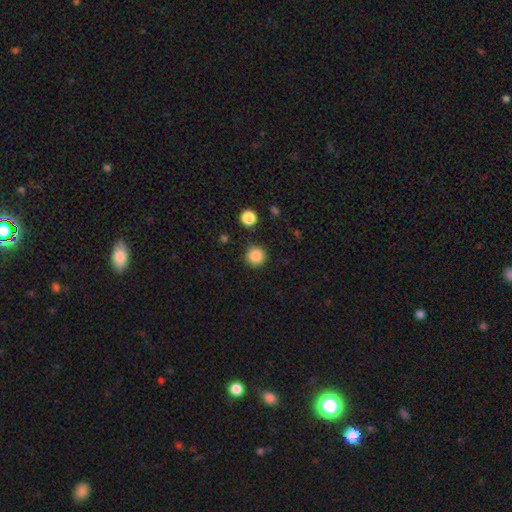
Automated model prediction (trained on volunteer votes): Smooth or featured?
  - smooth: 85% *
  - star or artifact: 11%
  - featured or disk: 4%
How rounded?
  - round: 95% *
  - in between: 4%
  - cigar-shaped: 1%
Merging?
  - none: 89% *
  - minor disturbance: 7%
  - major disturbance: 2%
  - merger: 2%